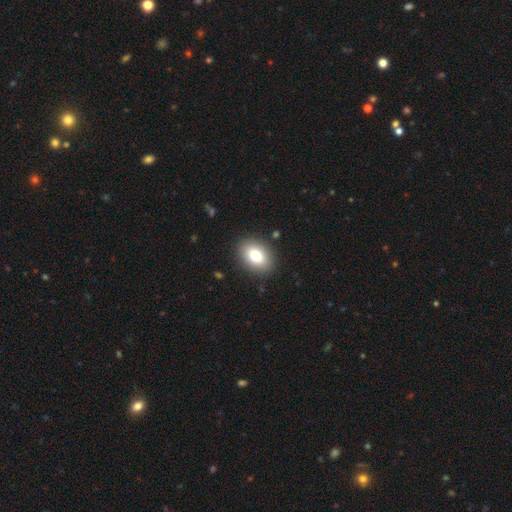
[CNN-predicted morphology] The model was most divided on "how rounded": in between: 80%, round: 18%, cigar-shaped: 1%. More confident: merging — none (88%); smooth or featured — smooth (81%).